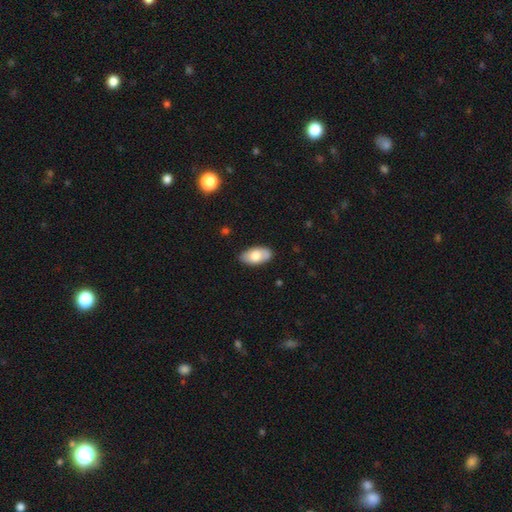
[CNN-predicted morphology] smooth_or_featured: smooth (p=0.74) [alt: featured or disk p=0.20]
how_rounded: in between (p=0.95) [alt: round p=0.03]
merging: none (p=0.84) [alt: minor disturbance p=0.13]